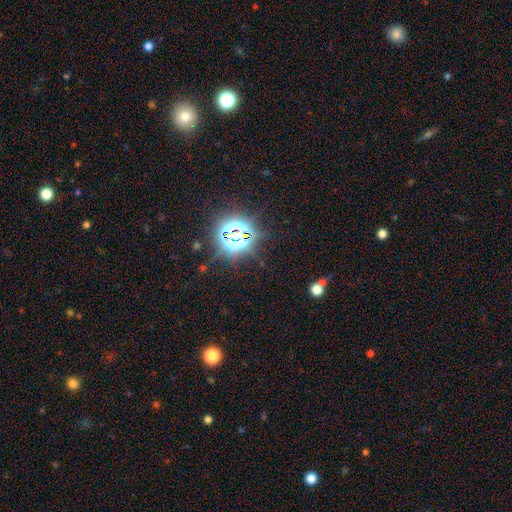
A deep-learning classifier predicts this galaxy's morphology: A star or artifact, not a galaxy (80%).